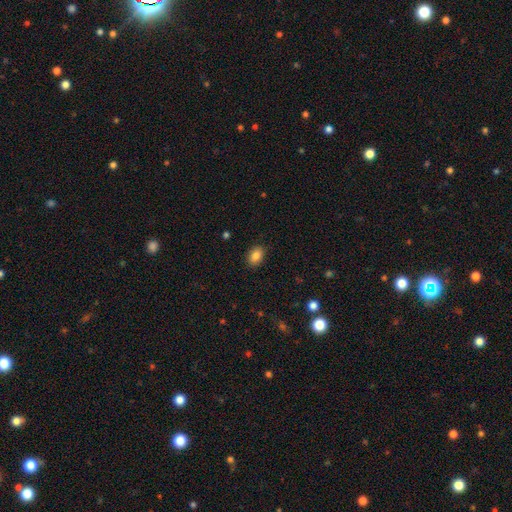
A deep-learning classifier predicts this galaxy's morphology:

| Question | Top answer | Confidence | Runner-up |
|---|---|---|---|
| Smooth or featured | smooth | 86% | star or artifact (9%) |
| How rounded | in between | 79% | round (20%) |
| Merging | none | 88% | minor disturbance (9%) |